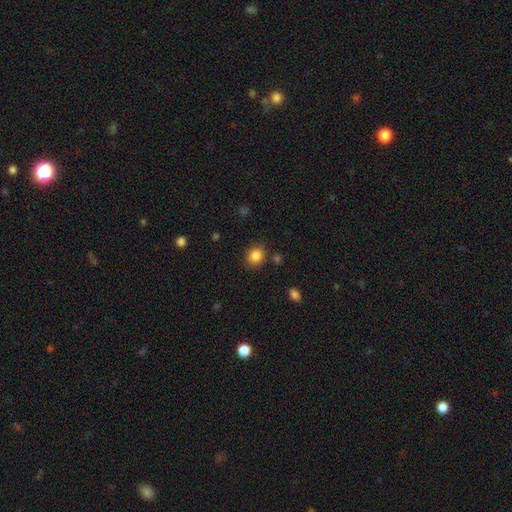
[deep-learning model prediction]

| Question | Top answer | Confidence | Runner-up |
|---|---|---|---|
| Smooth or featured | smooth | 85% | star or artifact (11%) |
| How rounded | round | 76% | in between (23%) |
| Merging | none | 85% | minor disturbance (9%) |